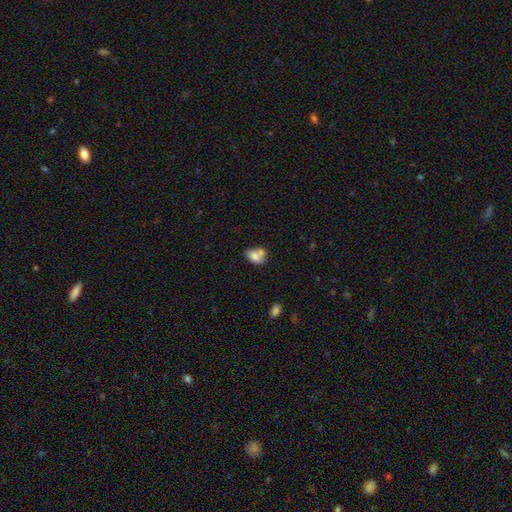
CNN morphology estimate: The model was most divided on "merging": merger: 48%, none: 30%, minor disturbance: 15%, major disturbance: 7%. More confident: smooth or featured — smooth (74%); how rounded — in between (73%).